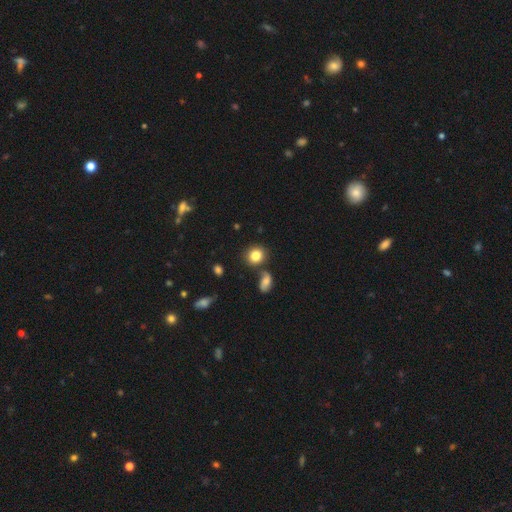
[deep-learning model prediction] Q: Smooth or featured?
A: smooth (83%); runner-up: star or artifact (10%)
Q: How rounded?
A: round (79%); runner-up: in between (20%)
Q: Merging?
A: none (72%); runner-up: minor disturbance (12%)